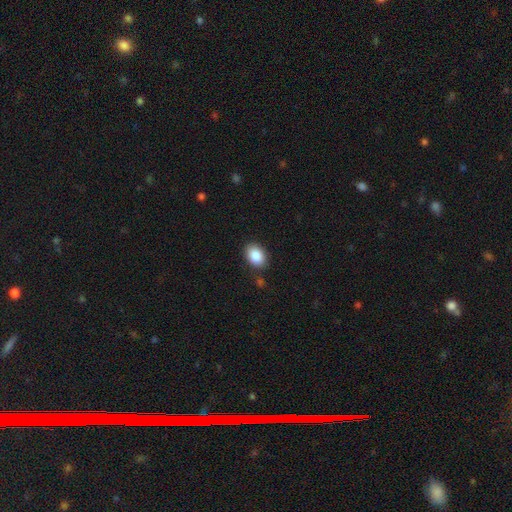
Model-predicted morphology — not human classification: smooth 87%, star or artifact 8%, featured or disk 6%. Down the decision tree: how rounded — in between (82%); merging — none (84%).